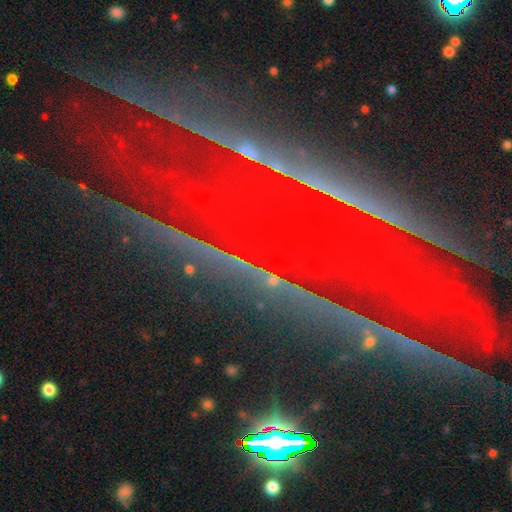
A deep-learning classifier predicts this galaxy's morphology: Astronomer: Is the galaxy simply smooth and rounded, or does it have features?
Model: star or artifact — 87%.